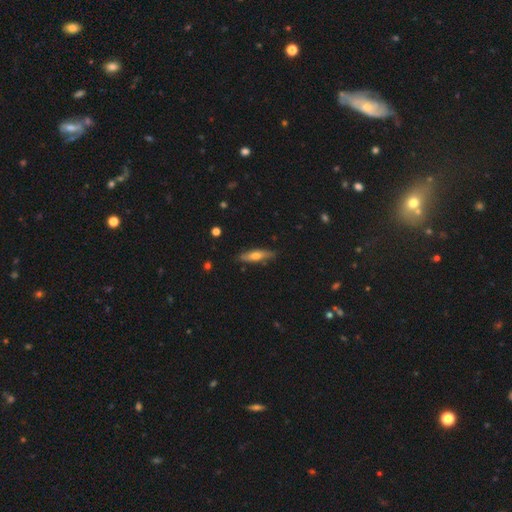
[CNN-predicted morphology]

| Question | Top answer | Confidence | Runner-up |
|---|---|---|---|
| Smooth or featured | smooth | 55% | featured or disk (39%) |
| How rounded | cigar-shaped | 72% | in between (26%) |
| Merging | none | 83% | minor disturbance (14%) |